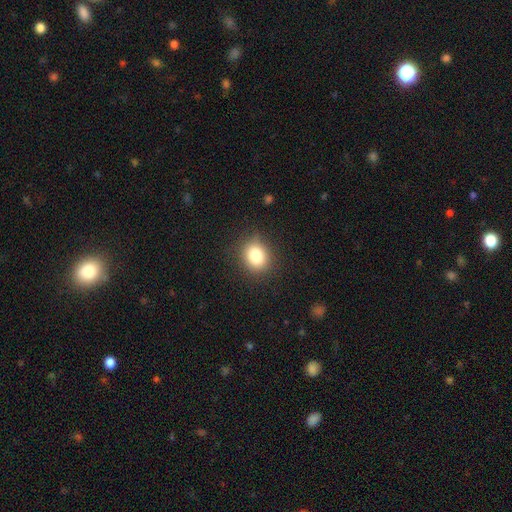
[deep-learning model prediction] Smooth or featured?
  - smooth: 81% *
  - star or artifact: 11%
  - featured or disk: 7%
How rounded?
  - round: 68% *
  - in between: 31%
  - cigar-shaped: 1%
Merging?
  - none: 85% *
  - minor disturbance: 11%
  - major disturbance: 3%
  - merger: 1%